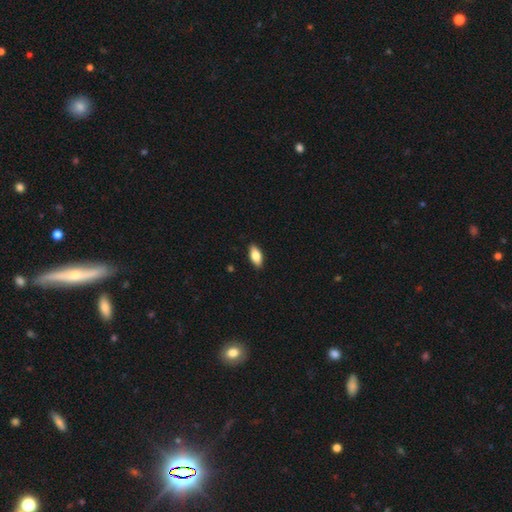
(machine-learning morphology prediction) This is clearly a smooth galaxy (81%). How rounded: clearly in between (88%). Merging: clearly none (89%).